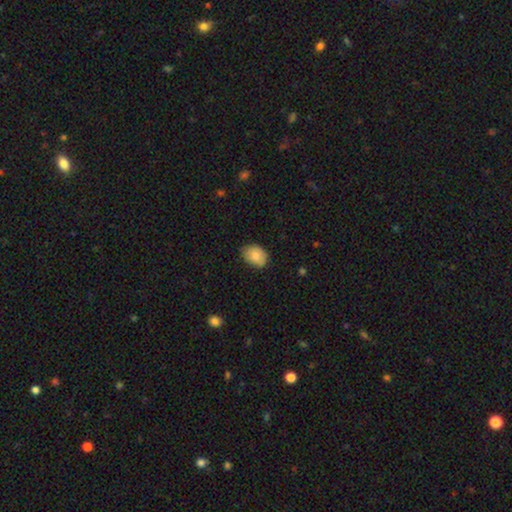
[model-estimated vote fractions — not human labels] Smooth or featured? smooth (80%)
How rounded? in between (69%)
Merging? none (70%)